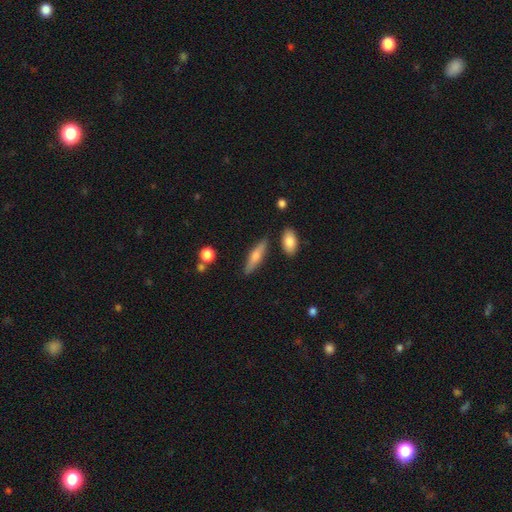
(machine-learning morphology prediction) Overall: smooth (54%; featured or disk 39%). How rounded: cigar-shaped (69%). Merging: none (84%).